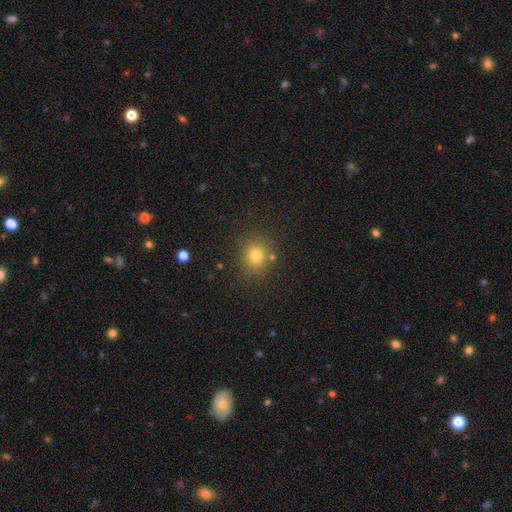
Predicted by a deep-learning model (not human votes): Smooth or featured: smooth — 77% (star or artifact — 16%)
How rounded: round — 81% (in between — 18%)
Merging: none — 82% (minor disturbance — 10%)